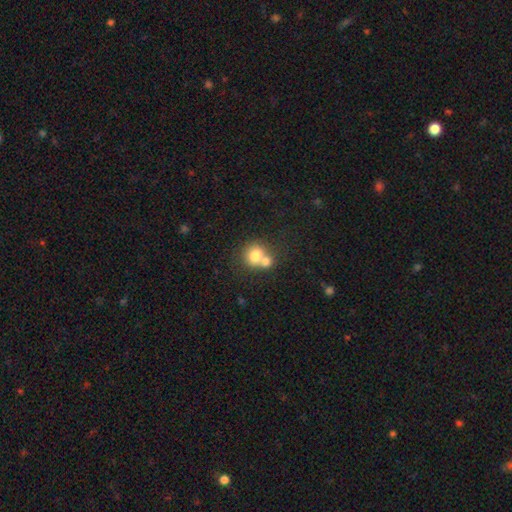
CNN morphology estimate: smooth 75%, featured or disk 15%, star or artifact 10%. Down the decision tree: how rounded — round (79%); merging — merger (56%).